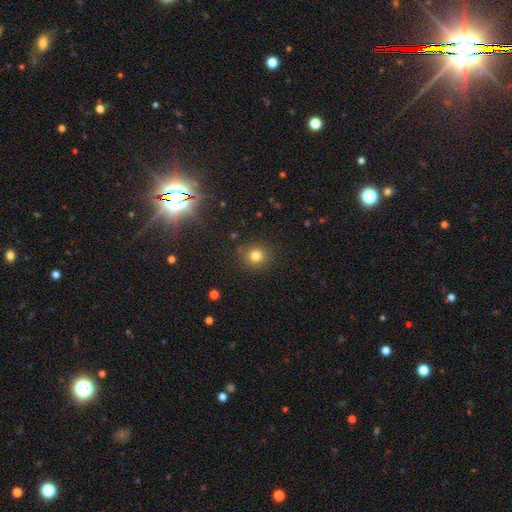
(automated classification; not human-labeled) This is likely a smooth galaxy (78%). How rounded: clearly round (88%). Merging: clearly none (87%).